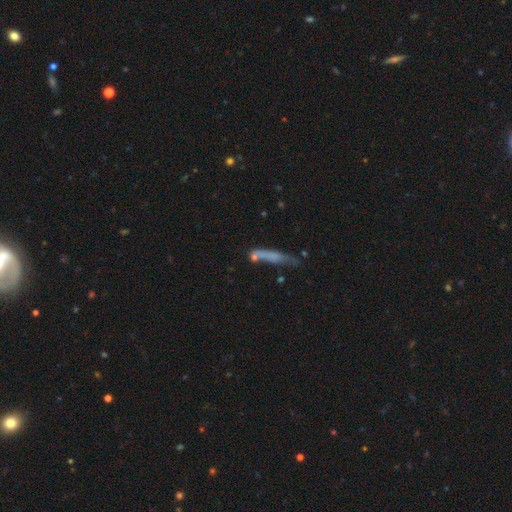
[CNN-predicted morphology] Smooth or featured? smooth (56%)
How rounded? cigar-shaped (85%)
Merging? none (45%)